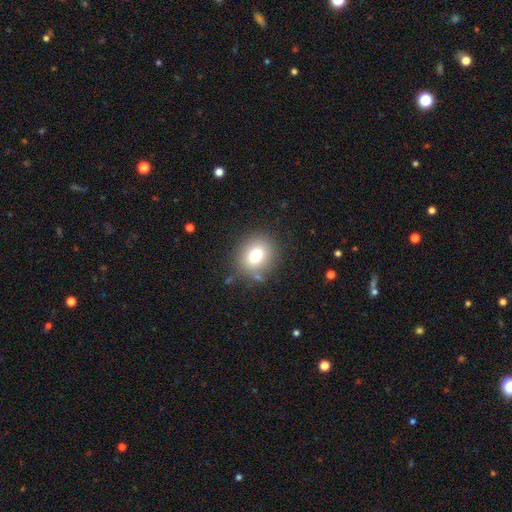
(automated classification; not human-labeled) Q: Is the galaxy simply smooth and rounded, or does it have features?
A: smooth — 76%.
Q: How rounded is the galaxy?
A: round — 69%.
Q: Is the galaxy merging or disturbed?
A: none — 82%.